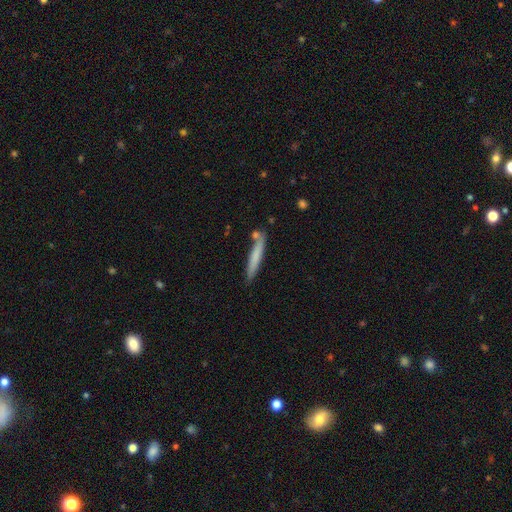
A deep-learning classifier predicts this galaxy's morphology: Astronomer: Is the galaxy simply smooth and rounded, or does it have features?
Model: smooth — 69%.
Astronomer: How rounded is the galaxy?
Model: cigar-shaped — 95%.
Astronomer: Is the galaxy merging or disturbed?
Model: none — 77%.